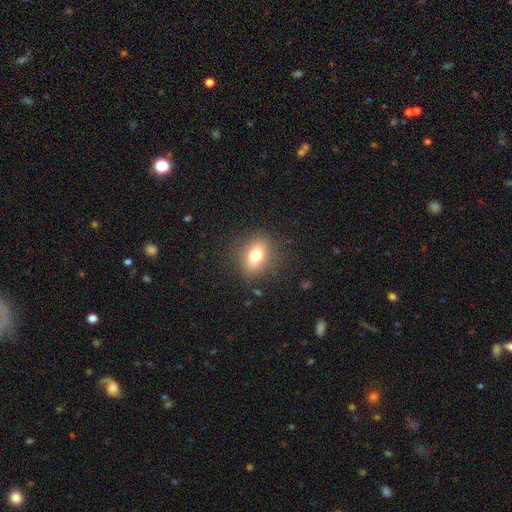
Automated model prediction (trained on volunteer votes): Smooth or featured: smooth — 74% (featured or disk — 16%)
How rounded: in between — 65% (round — 31%)
Merging: none — 86% (minor disturbance — 10%)